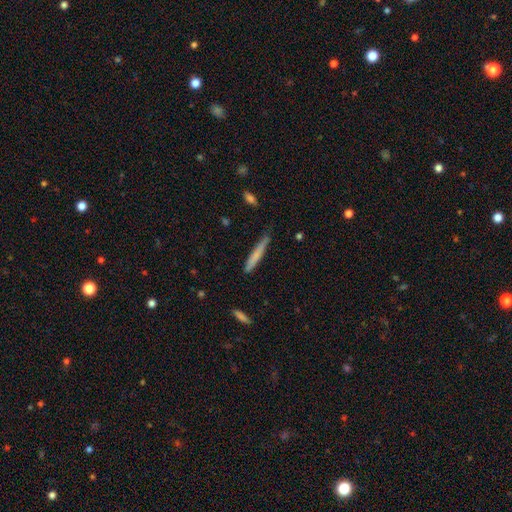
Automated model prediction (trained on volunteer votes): Smooth or featured? smooth (70%)
How rounded? cigar-shaped (95%)
Merging? none (77%)